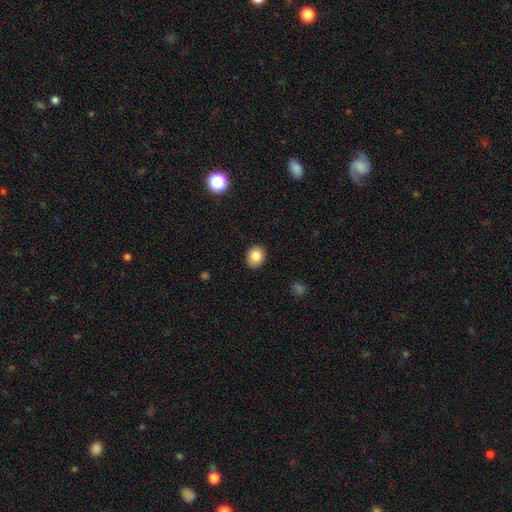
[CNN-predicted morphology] smooth-or-featured: smooth: 83% | star or artifact: 9% | featured or disk: 8%
  how-rounded: round: 63% | in between: 36% | cigar-shaped: 1%
  merging: none: 90% | minor disturbance: 7% | major disturbance: 2% | merger: 1%